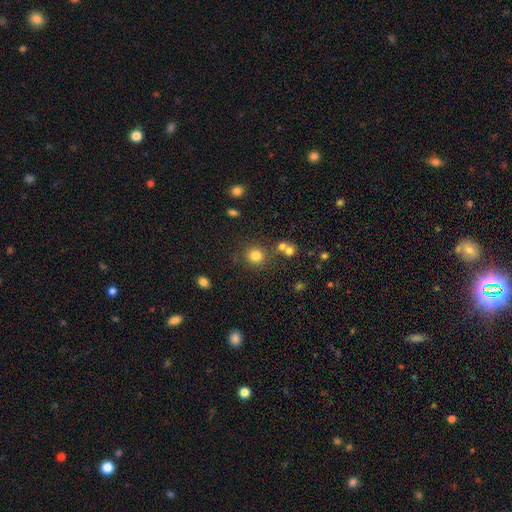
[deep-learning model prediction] smooth-or-featured: smooth: 80% | star or artifact: 14% | featured or disk: 7%
  how-rounded: round: 91% | in between: 8% | cigar-shaped: 1%
  merging: none: 79% | merger: 9% | minor disturbance: 8% | major disturbance: 4%